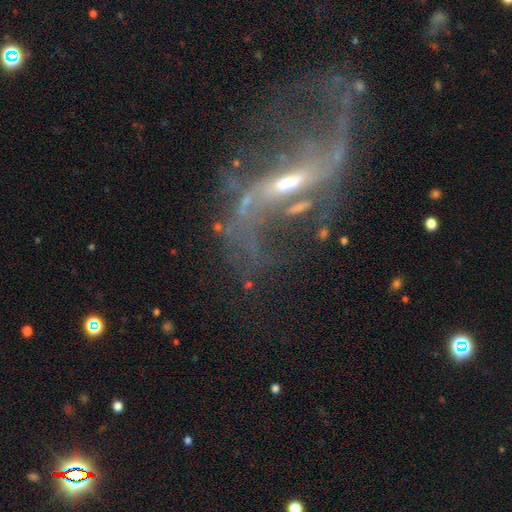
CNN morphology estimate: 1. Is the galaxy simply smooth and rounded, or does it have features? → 89% featured or disk, 7% star or artifact, 4% smooth.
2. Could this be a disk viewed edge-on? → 95% no, 5% yes.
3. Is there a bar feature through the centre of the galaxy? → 41% strong (tied), 41% weak (tied), 18% no.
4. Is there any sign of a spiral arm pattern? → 94% yes, 6% no.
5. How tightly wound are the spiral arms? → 85% loose, 11% medium, 4% tight.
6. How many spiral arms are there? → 90% 2, 3% can't tell, 3% 1, 2% 3, 1% 4, 1% more than 4.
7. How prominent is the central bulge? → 62% small, 30% moderate, 4% none, 2% large, 1% dominant.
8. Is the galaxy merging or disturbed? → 56% none, 22% major disturbance, 16% minor disturbance, 7% merger.